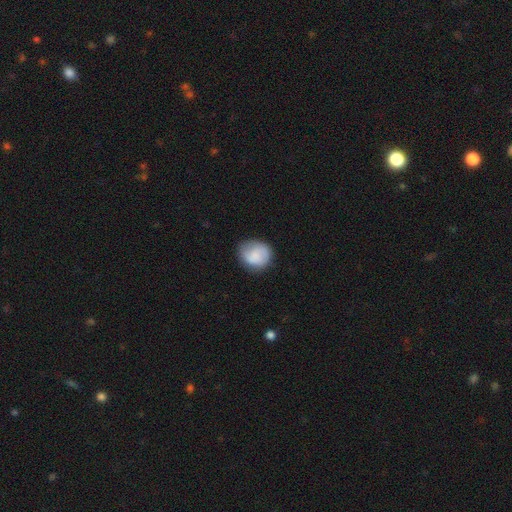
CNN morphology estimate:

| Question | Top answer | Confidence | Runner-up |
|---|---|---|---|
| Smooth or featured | smooth | 77% | featured or disk (16%) |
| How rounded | round | 76% | in between (23%) |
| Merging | none | 70% | minor disturbance (22%) |